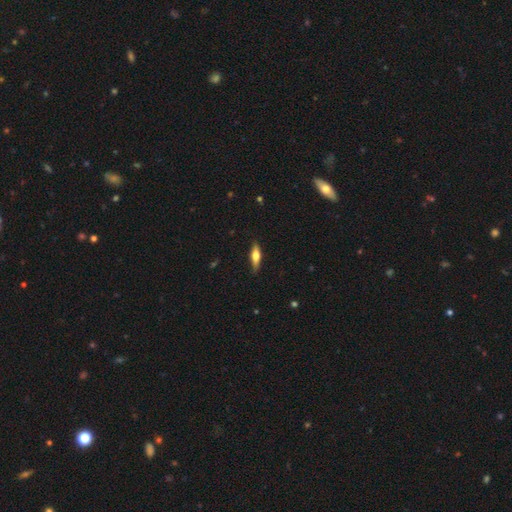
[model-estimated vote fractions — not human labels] smooth-or-featured: smooth: 52% | featured or disk: 42% | star or artifact: 6%
  how-rounded: cigar-shaped: 60% | in between: 38% | round: 2%
  merging: none: 84% | minor disturbance: 13% | major disturbance: 2% | merger: 1%